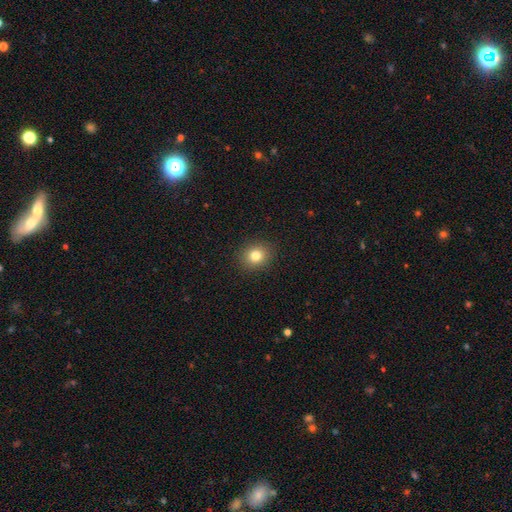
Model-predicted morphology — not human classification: Smooth or featured? Predicted: smooth (p=0.81). How rounded? Predicted: round (p=0.73). Merging? Predicted: none (p=0.90).